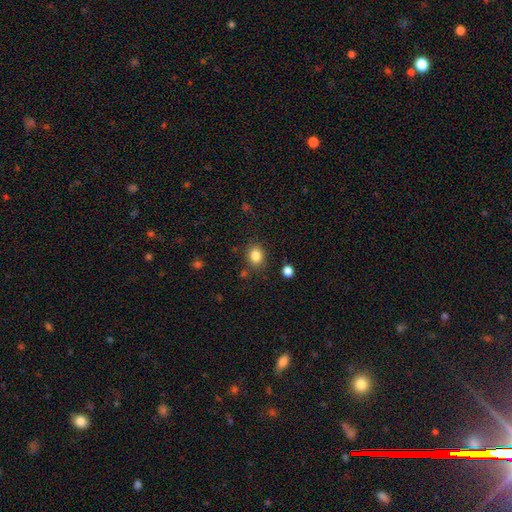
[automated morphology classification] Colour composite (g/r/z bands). It shows a smooth galaxy with no disk features (84%) that is round (56%). Merging: none (83%).